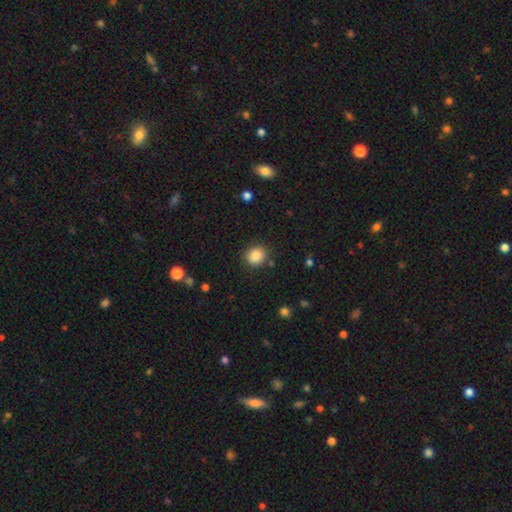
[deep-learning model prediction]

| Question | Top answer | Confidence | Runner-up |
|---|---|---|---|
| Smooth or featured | smooth | 86% | star or artifact (10%) |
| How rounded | round | 70% | in between (29%) |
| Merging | none | 85% | minor disturbance (9%) |